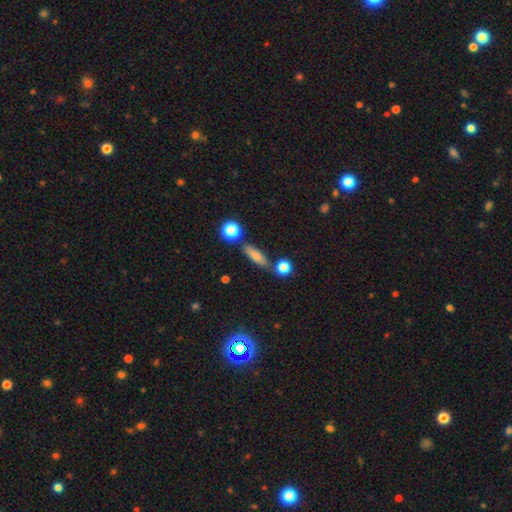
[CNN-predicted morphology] The model was most divided on "how rounded": cigar-shaped: 56%, in between: 37%, round: 6%. More confident: merging — none (78%); smooth or featured — smooth (76%).